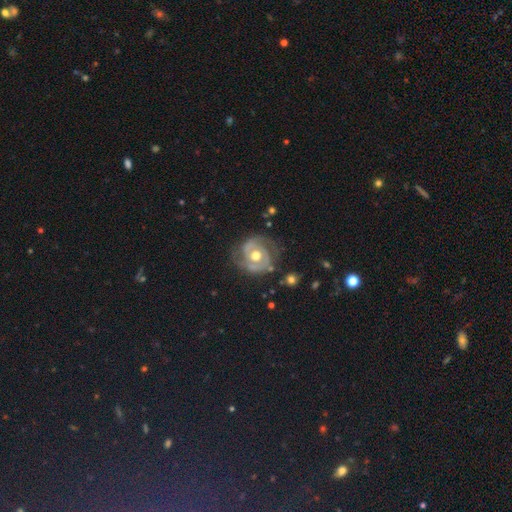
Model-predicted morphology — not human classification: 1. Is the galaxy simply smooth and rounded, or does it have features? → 83% featured or disk, 11% smooth, 5% star or artifact.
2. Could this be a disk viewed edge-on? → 98% no, 2% yes.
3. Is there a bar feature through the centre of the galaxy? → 71% no, 22% weak, 7% strong.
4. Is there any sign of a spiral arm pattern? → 89% yes, 11% no.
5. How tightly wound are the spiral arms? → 56% tight, 34% medium, 10% loose.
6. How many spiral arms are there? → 77% 2, 10% can't tell, 5% 3, 5% 1, 2% 4, 2% more than 4.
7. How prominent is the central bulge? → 78% moderate, 14% large, 7% small, 1% dominant, 1% none.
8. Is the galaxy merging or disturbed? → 71% none, 18% minor disturbance, 9% major disturbance, 2% merger.